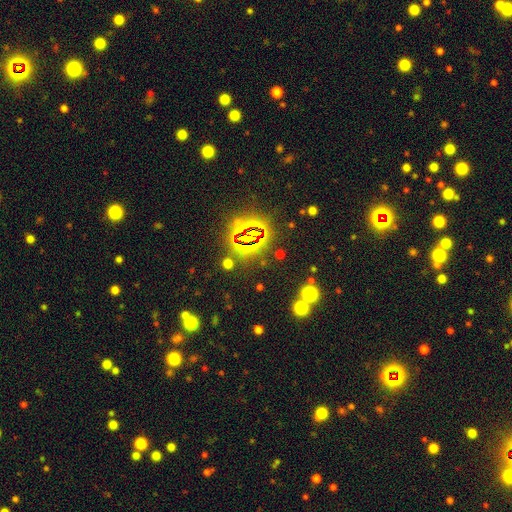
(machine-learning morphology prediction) smooth-or-featured: star or artifact: 68% | smooth: 19% | featured or disk: 13%